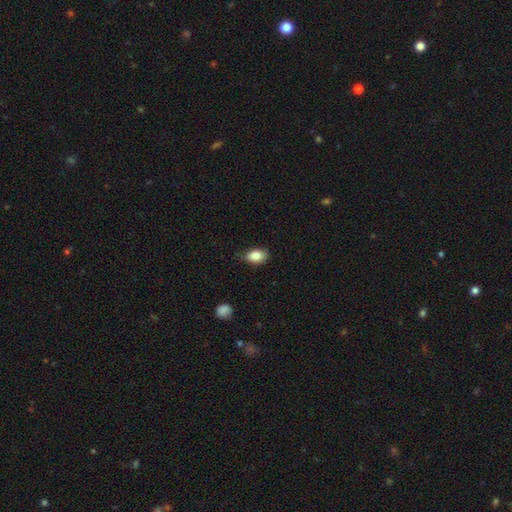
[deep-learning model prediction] smooth-or-featured: smooth: 84% | star or artifact: 8% | featured or disk: 8%
  how-rounded: in between: 84% | round: 14% | cigar-shaped: 2%
  merging: none: 71% | minor disturbance: 24% | major disturbance: 3% | merger: 1%